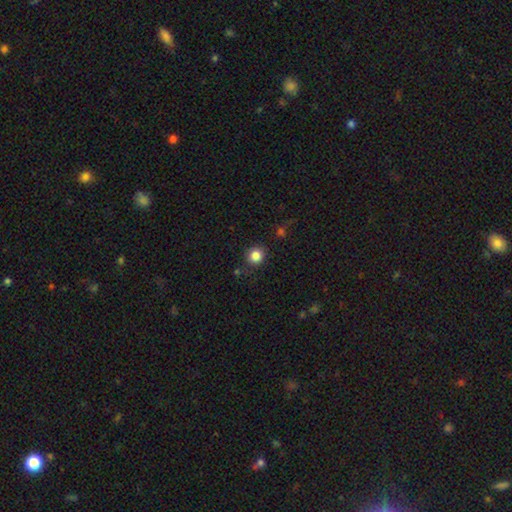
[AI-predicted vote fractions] Morphology: type=smooth (84%); roundness=round (88%); merging=none (85%).